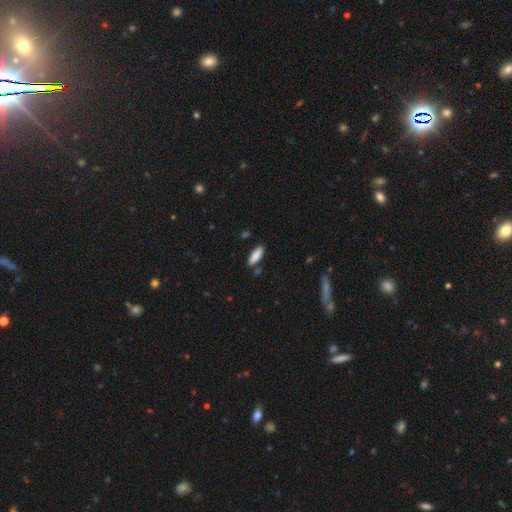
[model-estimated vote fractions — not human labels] Smooth or featured?
  - smooth: 87% *
  - star or artifact: 6%
  - featured or disk: 6%
How rounded?
  - in between: 60% *
  - cigar-shaped: 38%
  - round: 2%
Merging?
  - none: 82% *
  - minor disturbance: 12%
  - merger: 4%
  - major disturbance: 2%